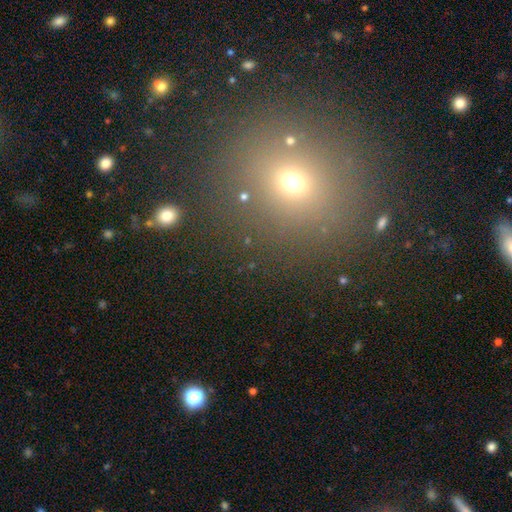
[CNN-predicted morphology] Q: Smooth or featured?
A: smooth (56%); runner-up: star or artifact (34%)
Q: How rounded?
A: round (85%); runner-up: in between (14%)
Q: Merging?
A: none (86%); runner-up: minor disturbance (7%)